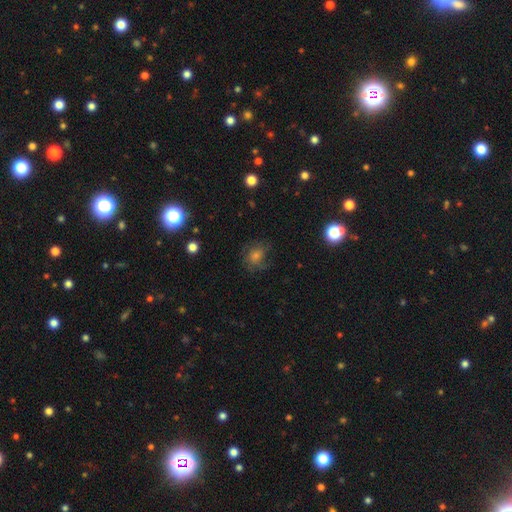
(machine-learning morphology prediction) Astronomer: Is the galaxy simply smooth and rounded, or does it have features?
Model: smooth — 39% (runner-up: featured or disk, 36%).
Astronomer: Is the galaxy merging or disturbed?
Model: none — 69%.